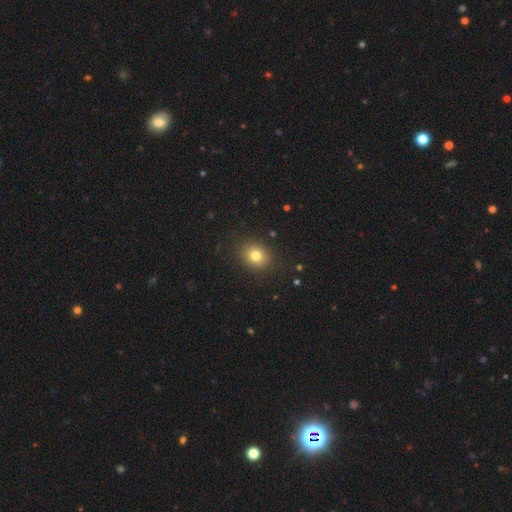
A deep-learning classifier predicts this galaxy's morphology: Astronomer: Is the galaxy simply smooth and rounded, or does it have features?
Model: smooth — 80%.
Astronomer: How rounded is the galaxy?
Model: round — 62% (runner-up: in between, 38%).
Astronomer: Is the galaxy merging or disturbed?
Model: none — 88%.